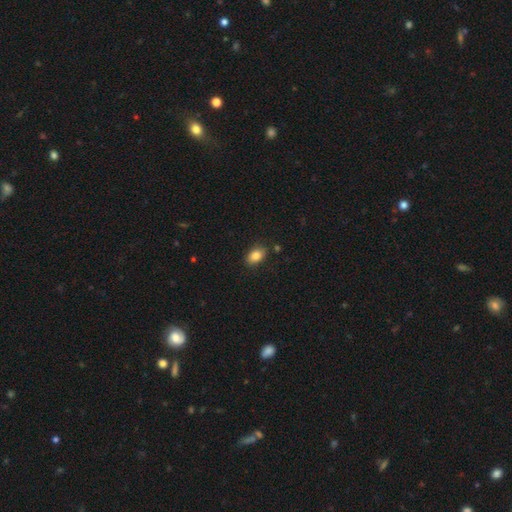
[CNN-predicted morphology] This appears to be a smooth galaxy with no disk features (84%) that is in between round and cigar-shaped (87%). Merging: none (85%).